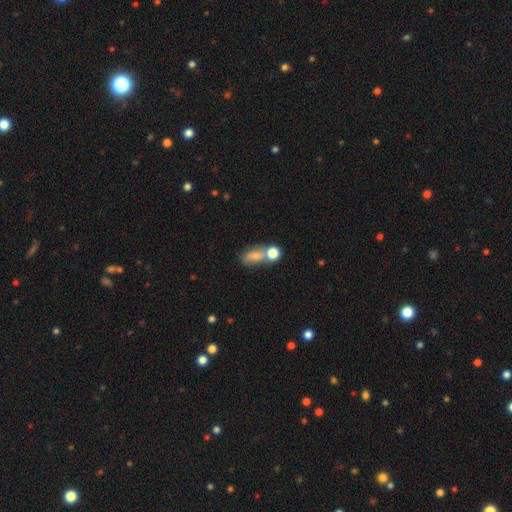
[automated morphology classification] smooth-or-featured: smooth: 66% | featured or disk: 20% | star or artifact: 13%
  how-rounded: in between: 74% | round: 20% | cigar-shaped: 6%
  merging: none: 39% | merger: 35% | minor disturbance: 17% | major disturbance: 9%